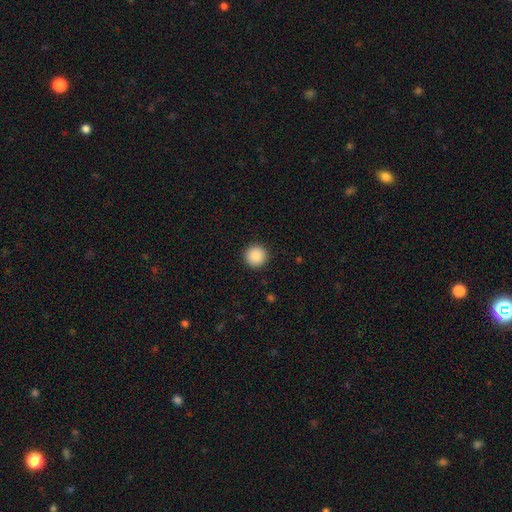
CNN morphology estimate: A smooth galaxy with no disk features (88%) that is round (96%). Merging: none (93%).